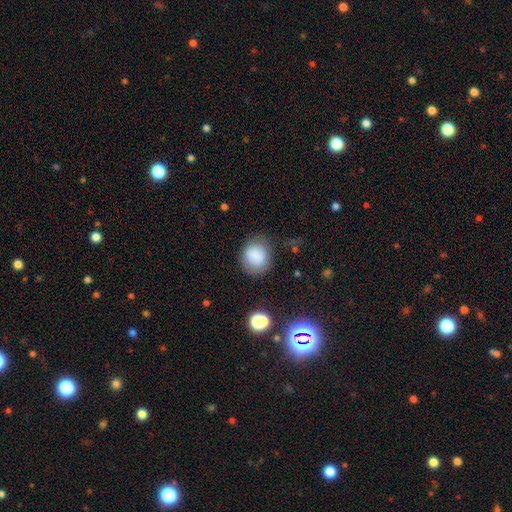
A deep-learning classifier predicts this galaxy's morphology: This appears to be a smooth galaxy with no disk features (84%) that is round (74%). Merging: none (73%).